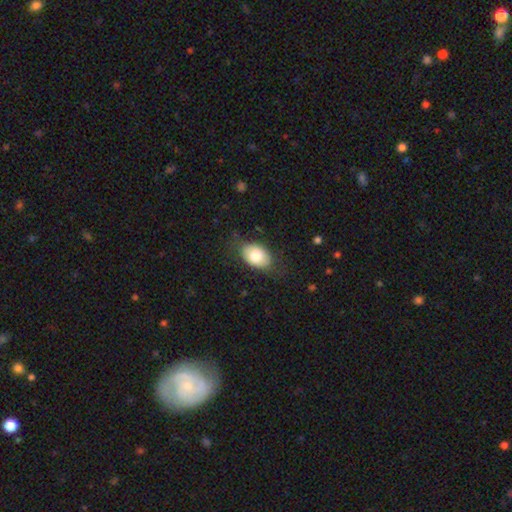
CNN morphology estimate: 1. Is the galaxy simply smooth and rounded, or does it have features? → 76% smooth, 17% featured or disk, 7% star or artifact.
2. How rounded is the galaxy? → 85% in between, 14% round, 1% cigar-shaped.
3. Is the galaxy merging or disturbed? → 77% none, 16% minor disturbance, 5% major disturbance, 1% merger.